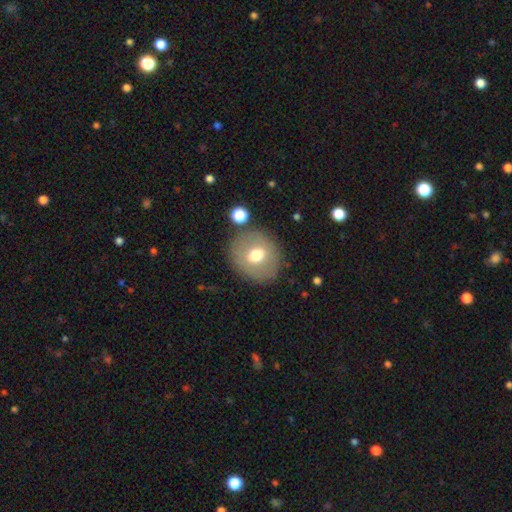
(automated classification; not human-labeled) Smooth or featured: smooth — 63% (featured or disk — 27%)
How rounded: round — 81% (in between — 18%)
Merging: none — 84% (minor disturbance — 10%)